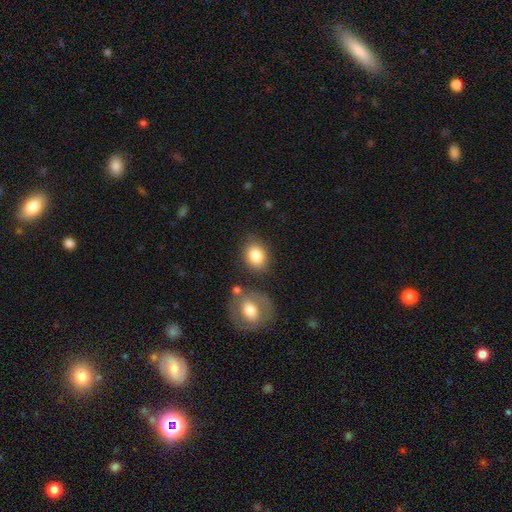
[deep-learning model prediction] Smooth or featured? smooth (82%)
How rounded? in between (57%)
Merging? none (74%)